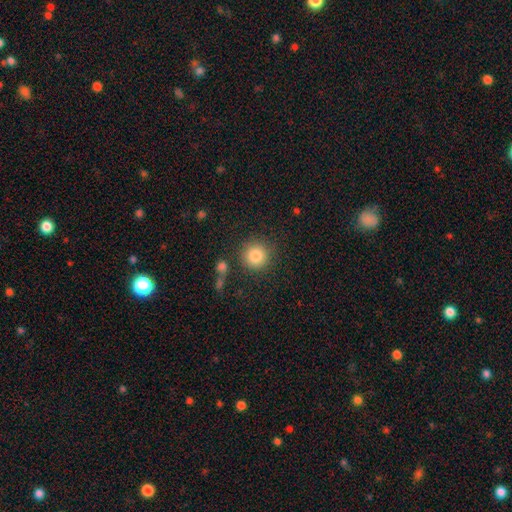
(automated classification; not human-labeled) Smooth or featured? smooth (83%)
How rounded? round (94%)
Merging? none (84%)